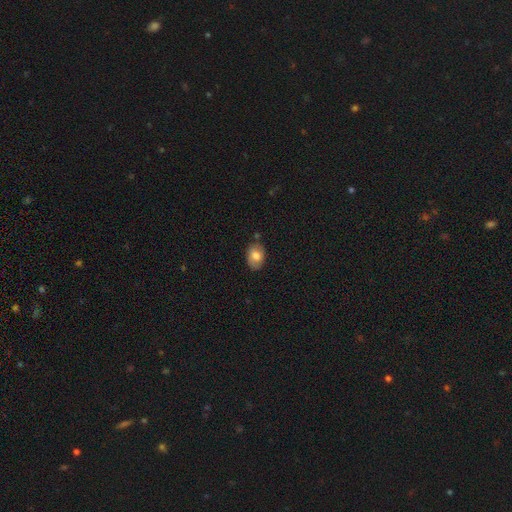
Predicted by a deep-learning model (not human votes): smooth 72%, featured or disk 20%, star or artifact 7%. Down the decision tree: how rounded — in between (81%); merging — none (79%).